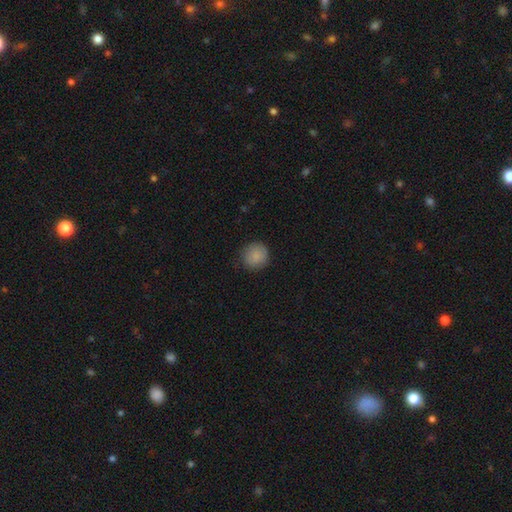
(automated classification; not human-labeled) Smooth or featured? Predicted: smooth (p=0.86). How rounded? Predicted: round (p=0.92). Merging? Predicted: none (p=0.86).